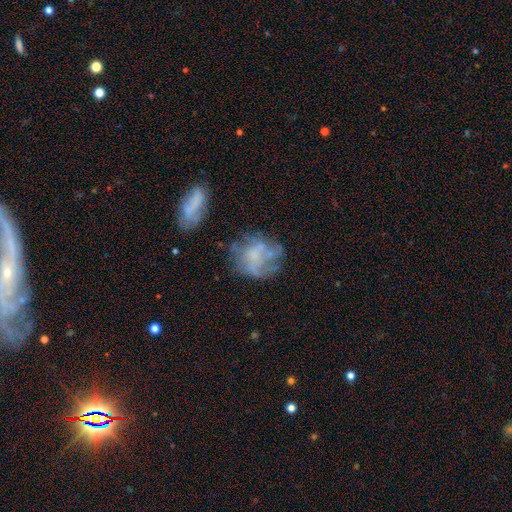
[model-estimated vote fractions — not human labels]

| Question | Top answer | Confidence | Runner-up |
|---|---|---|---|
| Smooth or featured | featured or disk | 53% | smooth (35%) |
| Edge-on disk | no | 98% | yes (2%) |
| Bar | no | 86% | weak (12%) |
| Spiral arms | no | 73% | yes (27%) |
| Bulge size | none | 60% | moderate (18%) |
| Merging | none | 48% | major disturbance (22%) |